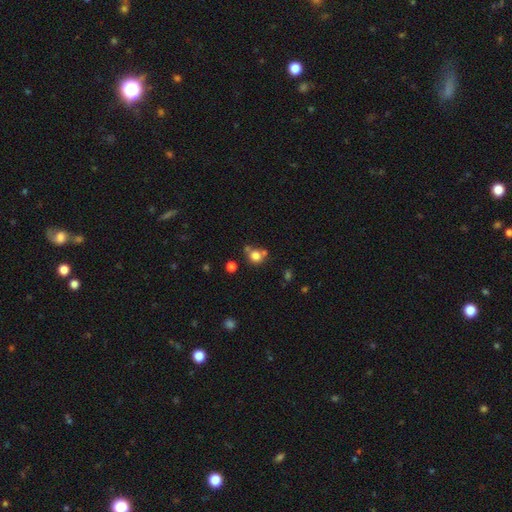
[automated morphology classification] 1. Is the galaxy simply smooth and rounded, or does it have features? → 77% smooth, 14% star or artifact, 9% featured or disk.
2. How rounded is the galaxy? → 84% round, 15% in between, 1% cigar-shaped.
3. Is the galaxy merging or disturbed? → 57% none, 25% merger, 12% minor disturbance, 5% major disturbance.